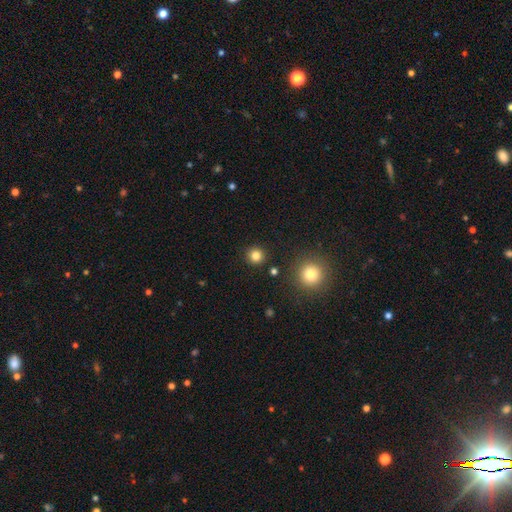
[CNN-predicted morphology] Smooth or featured? smooth (81%)
How rounded? round (94%)
Merging? none (90%)